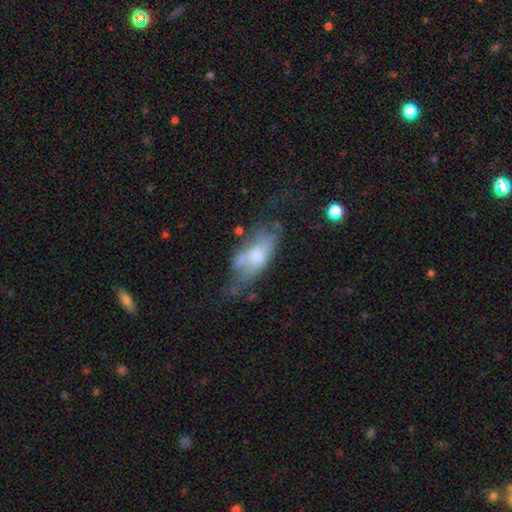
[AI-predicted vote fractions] This is possibly a featured or disk galaxy (46%, tied with smooth). Merging: marginally major disturbance (36%).